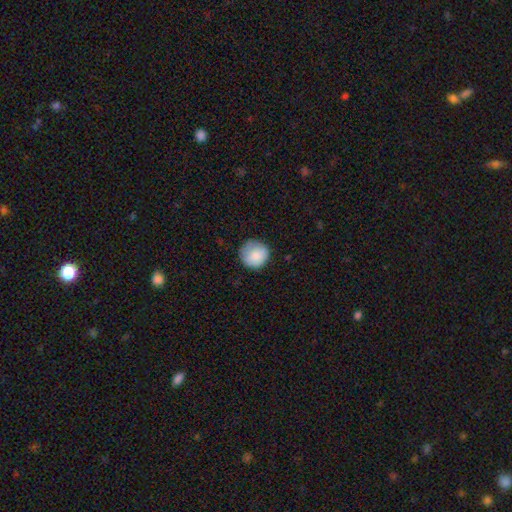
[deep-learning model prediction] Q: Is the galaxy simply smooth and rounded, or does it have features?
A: smooth — 86%.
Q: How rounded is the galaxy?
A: round — 93%.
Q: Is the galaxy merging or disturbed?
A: none — 80%.